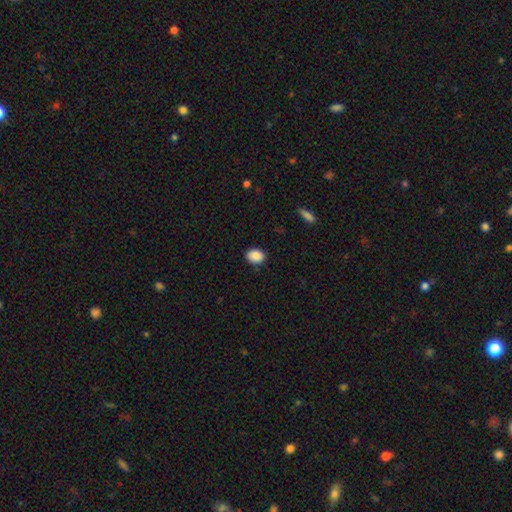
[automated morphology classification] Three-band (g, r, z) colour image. It shows a smooth galaxy with no disk features (89%) that is in between round and cigar-shaped (61%). Merging: none (87%).